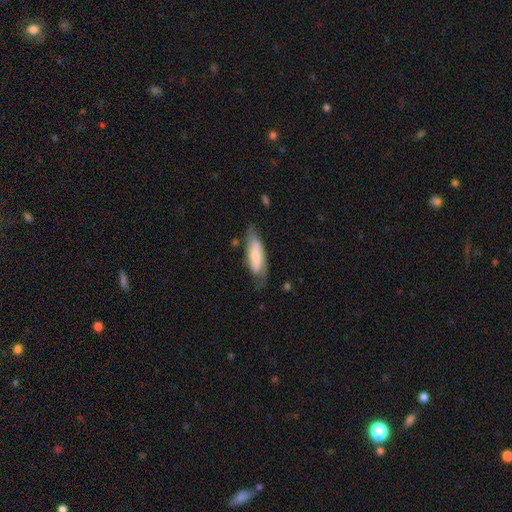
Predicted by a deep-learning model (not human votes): smooth-or-featured: smooth: 50% | featured or disk: 43% | star or artifact: 6%
  how-rounded: in between: 56% | cigar-shaped: 42% | round: 2%
  merging: none: 58% | minor disturbance: 28% | major disturbance: 12% | merger: 2%